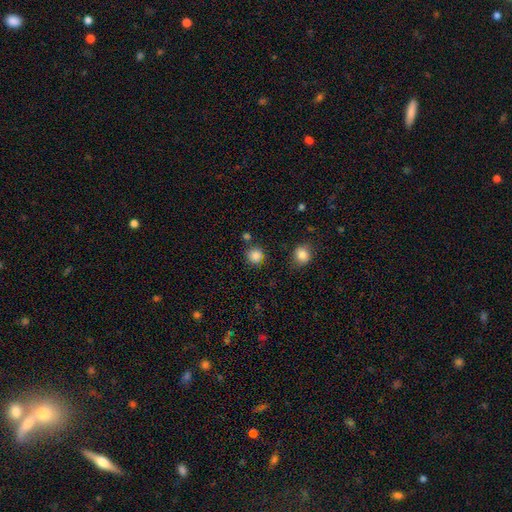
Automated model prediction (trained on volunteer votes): Overall: smooth (86%). How rounded: round (91%). Merging: none (82%).